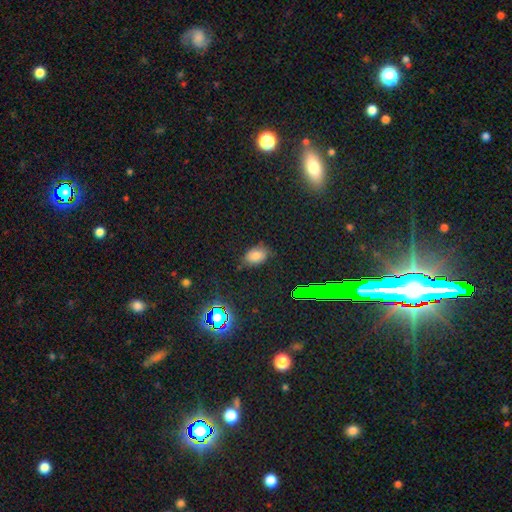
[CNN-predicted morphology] smooth_or_featured: smooth (p=0.73) [alt: star or artifact p=0.18]
how_rounded: in between (p=0.80) [alt: round p=0.18]
merging: none (p=0.77) [alt: minor disturbance p=0.17]